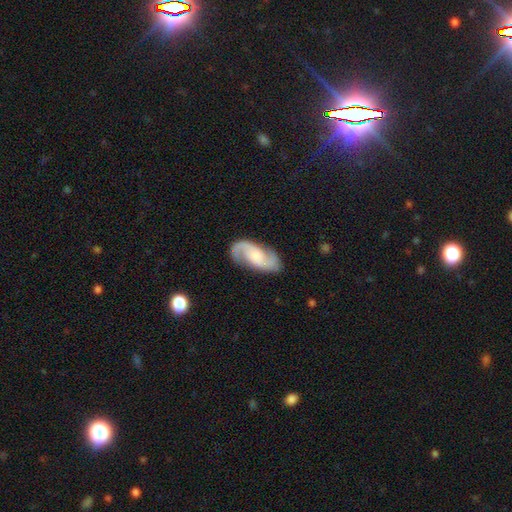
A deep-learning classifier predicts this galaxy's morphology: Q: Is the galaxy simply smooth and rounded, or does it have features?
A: featured or disk — 87%.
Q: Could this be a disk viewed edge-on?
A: no — 97%.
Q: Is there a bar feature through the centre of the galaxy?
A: no — 53%.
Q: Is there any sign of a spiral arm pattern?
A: yes — 97%.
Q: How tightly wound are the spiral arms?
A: medium — 52%.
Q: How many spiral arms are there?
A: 2 — 93%.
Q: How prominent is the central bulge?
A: small — 34%.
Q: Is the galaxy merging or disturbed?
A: none — 83%.